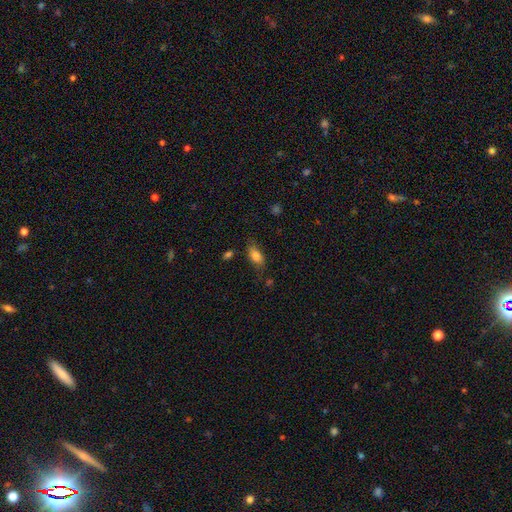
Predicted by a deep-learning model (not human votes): A smooth galaxy with no disk features (81%) that is in between round and cigar-shaped (89%). Merging: none (71%).